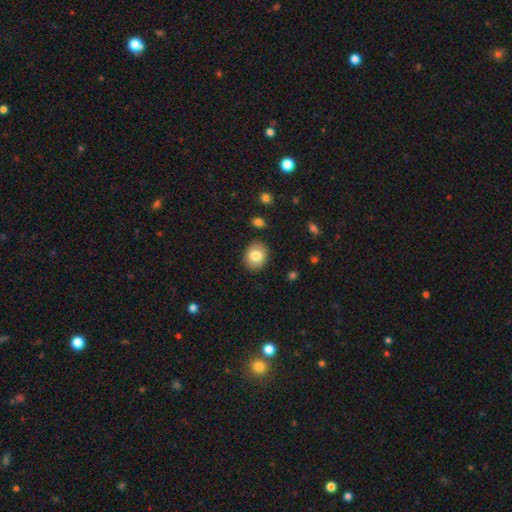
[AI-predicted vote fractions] smooth 81%, featured or disk 11%, star or artifact 8%. Down the decision tree: how rounded — round (58%); merging — none (88%).